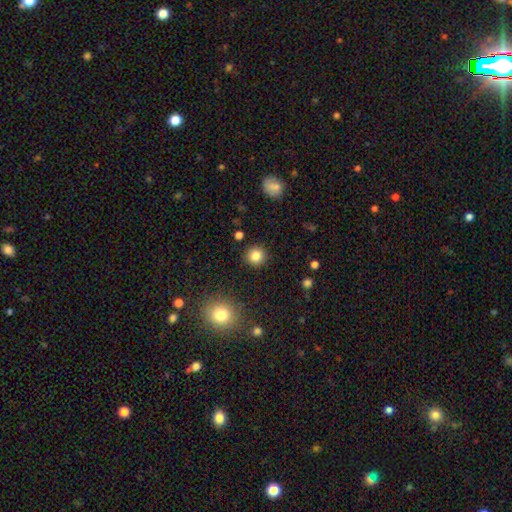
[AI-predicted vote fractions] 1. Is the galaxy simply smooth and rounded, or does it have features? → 84% smooth, 11% star or artifact, 5% featured or disk.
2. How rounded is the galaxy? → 93% round, 6% in between, 1% cigar-shaped.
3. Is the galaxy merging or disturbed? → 91% none, 5% minor disturbance, 2% major disturbance, 2% merger.